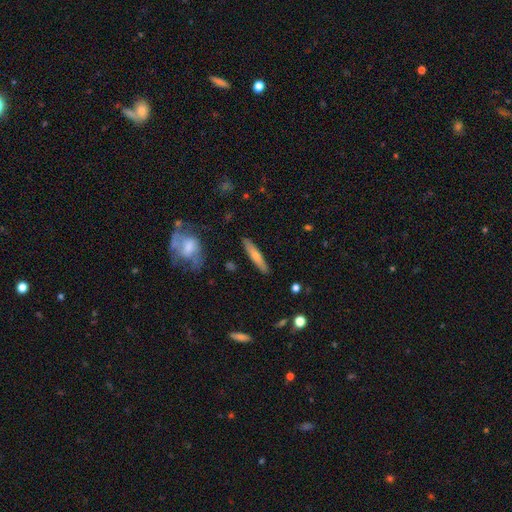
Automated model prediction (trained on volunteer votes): A smooth galaxy with no disk features (63%) that is cigar-shaped (89%). Merging: none (88%).